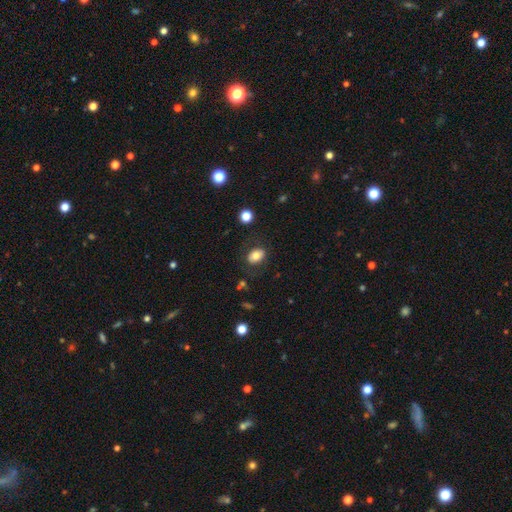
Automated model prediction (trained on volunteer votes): A smooth galaxy with no disk features (77%) that is in between round and cigar-shaped (77%).

Vote fractions:
- Smooth or featured? smooth: 77% / featured or disk: 15% / star or artifact: 9%
- How rounded? in between: 77% / round: 22% / cigar-shaped: 1%
- Merging? none: 79% / minor disturbance: 13% / major disturbance: 6% / merger: 2%